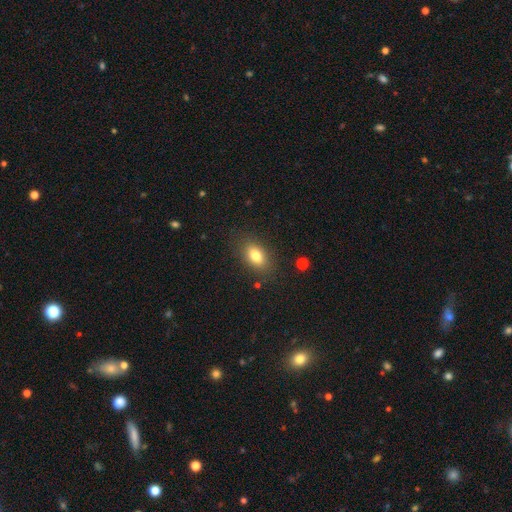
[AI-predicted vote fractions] The model was most divided on "smooth or featured": smooth: 80%, featured or disk: 11%, star or artifact: 9%. More confident: how rounded — in between (87%); merging — none (83%).